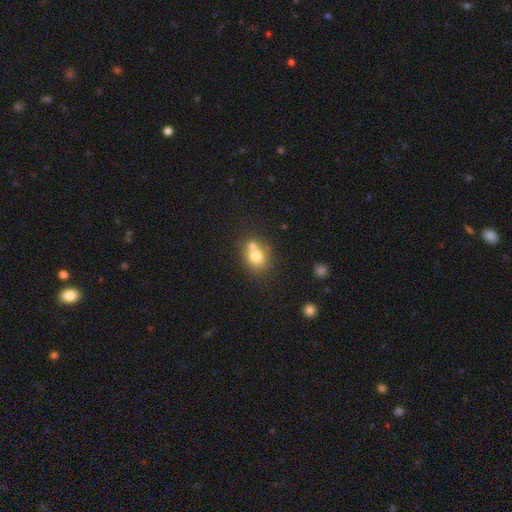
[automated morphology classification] Q: Smooth or featured?
A: smooth (73%); runner-up: featured or disk (16%)
Q: How rounded?
A: round (67%); runner-up: in between (32%)
Q: Merging?
A: none (47%); runner-up: merger (40%)